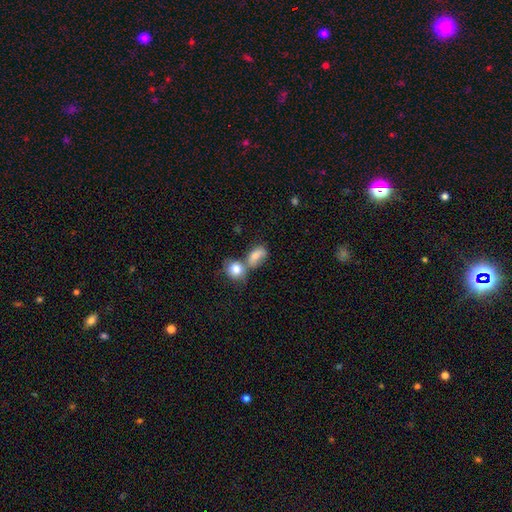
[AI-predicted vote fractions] smooth 79%, featured or disk 12%, star or artifact 9%. Down the decision tree: how rounded — in between (74%); merging — merger (51%).